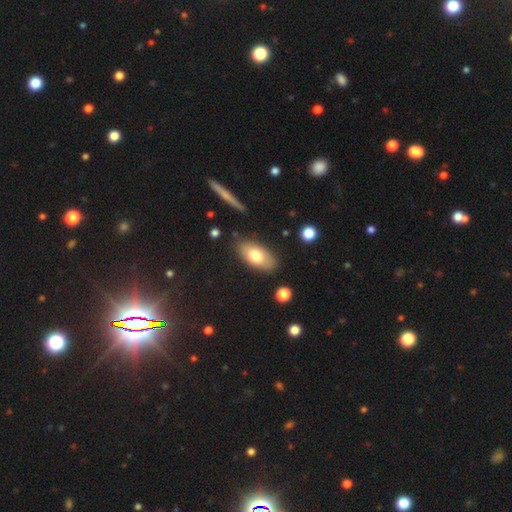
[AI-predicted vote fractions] A smooth galaxy with no disk features (72%) that is in between round and cigar-shaped (91%).

Vote fractions:
- Smooth or featured? smooth: 72% / featured or disk: 21% / star or artifact: 7%
- How rounded? in between: 91% / cigar-shaped: 5% / round: 4%
- Merging? none: 83% / minor disturbance: 11% / major disturbance: 3% / merger: 2%